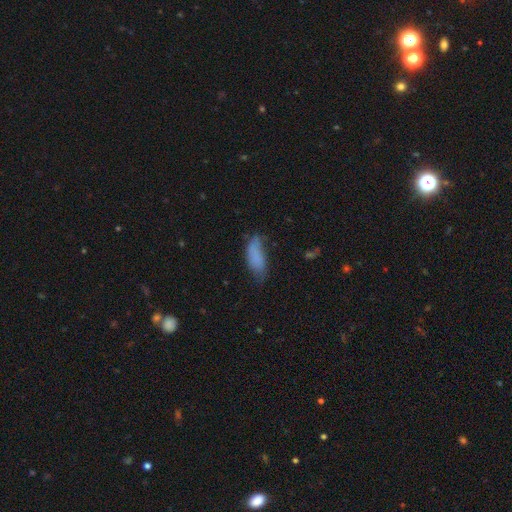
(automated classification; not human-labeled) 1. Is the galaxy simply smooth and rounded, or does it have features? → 78% smooth, 13% featured or disk, 9% star or artifact.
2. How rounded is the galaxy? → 76% in between, 22% cigar-shaped, 2% round.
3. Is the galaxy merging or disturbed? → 48% none, 34% minor disturbance, 15% major disturbance, 3% merger.